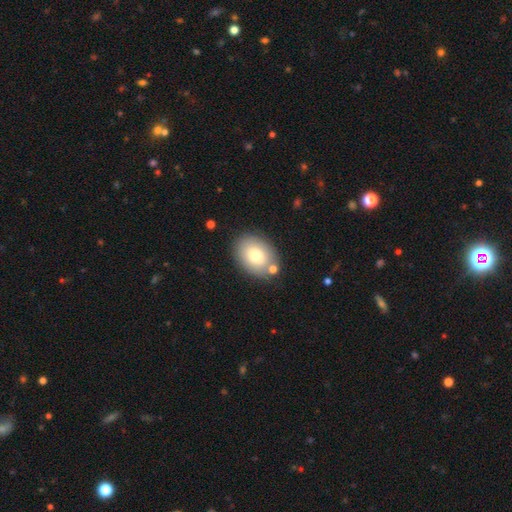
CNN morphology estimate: Smooth or featured: smooth — 76% (featured or disk — 16%)
How rounded: in between — 74% (round — 25%)
Merging: none — 77% (minor disturbance — 12%)